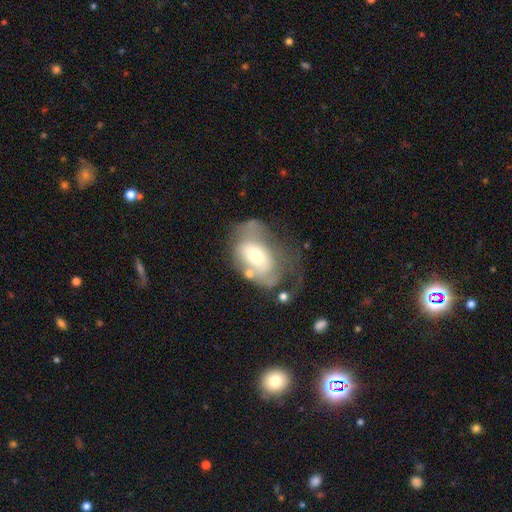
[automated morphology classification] smooth_or_featured: featured or disk (p=0.50) [alt: smooth p=0.42]
disk_edge_on: no (p=0.94) [alt: yes p=0.06]
merging: major disturbance (p=0.40) [alt: none p=0.27]